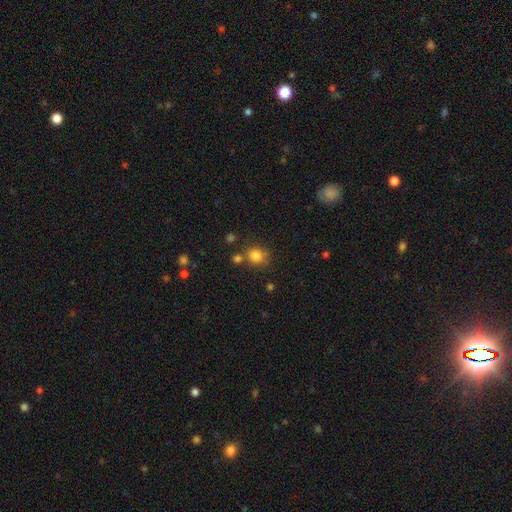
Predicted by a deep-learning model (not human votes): A smooth galaxy with no disk features (82%) that is round (82%).

Vote fractions:
- Smooth or featured? smooth: 82% / star or artifact: 12% / featured or disk: 6%
- How rounded? round: 82% / in between: 18% / cigar-shaped: 1%
- Merging? none: 70% / minor disturbance: 13% / merger: 12% / major disturbance: 5%